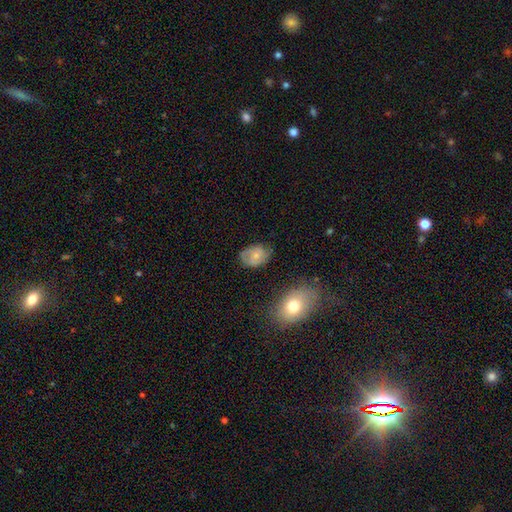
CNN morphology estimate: Overall: smooth (57%; featured or disk 35%). How rounded: in between (73%). Merging: none (63%; minor disturbance 26%).